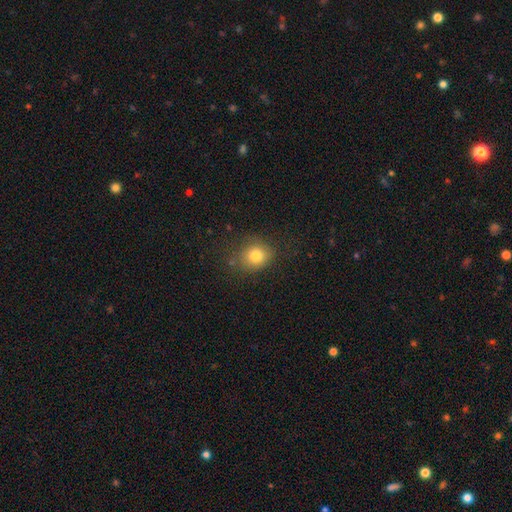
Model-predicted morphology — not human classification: The model was most divided on "how rounded": round: 72%, in between: 27%, cigar-shaped: 1%. More confident: smooth or featured — smooth (79%); merging — none (75%).